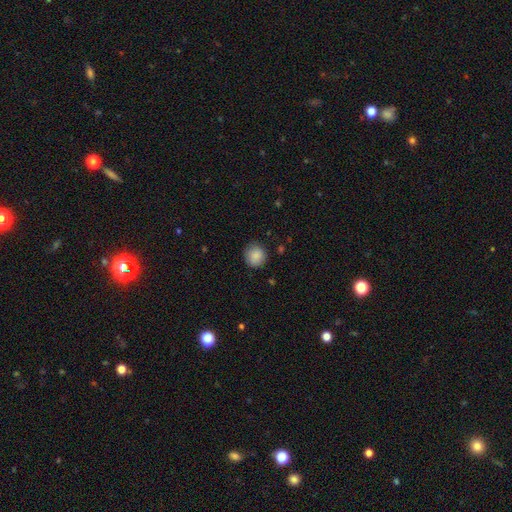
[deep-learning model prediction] smooth 87%, star or artifact 8%, featured or disk 5%. Down the decision tree: how rounded — round (90%); merging — none (84%).